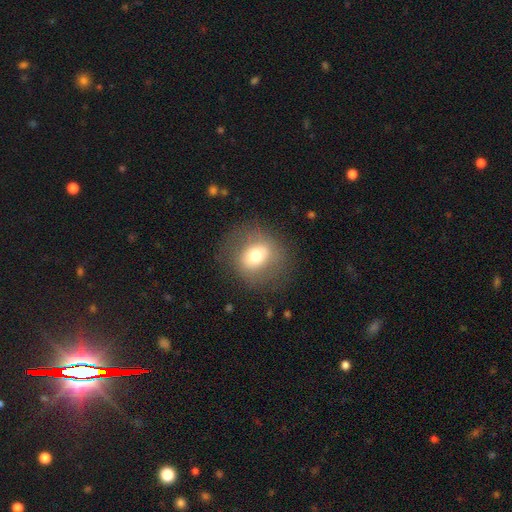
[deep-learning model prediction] This appears to be a smooth galaxy with no disk features (62%) that is round (73%). Merging: none (75%).